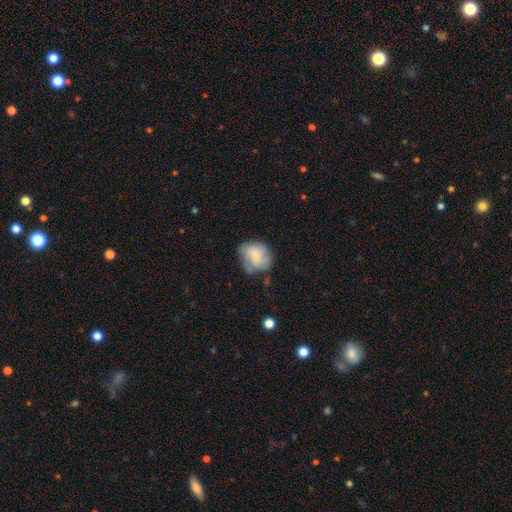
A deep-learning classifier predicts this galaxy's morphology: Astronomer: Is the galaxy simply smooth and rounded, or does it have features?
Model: smooth — 59%.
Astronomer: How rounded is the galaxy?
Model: round — 62% (runner-up: in between, 37%).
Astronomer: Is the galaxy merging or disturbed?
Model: none — 46% (runner-up: minor disturbance, 34%).